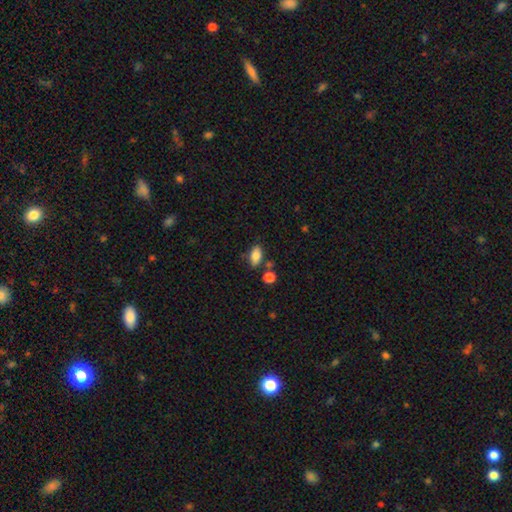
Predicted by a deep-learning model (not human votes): Overall: smooth (83%). How rounded: in between (89%). Merging: none (75%).